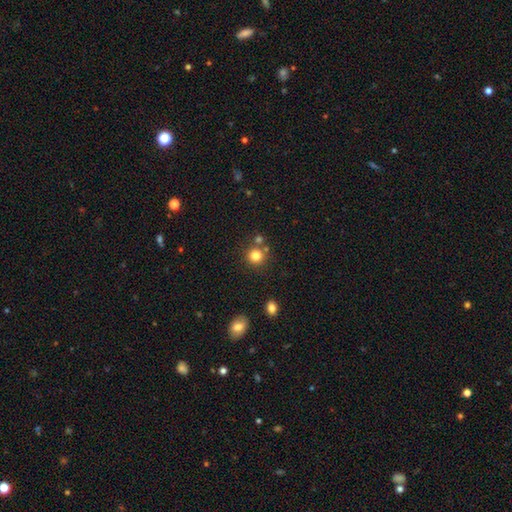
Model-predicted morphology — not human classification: smooth-or-featured: smooth: 81% | star or artifact: 13% | featured or disk: 6%
  how-rounded: round: 92% | in between: 7% | cigar-shaped: 1%
  merging: none: 77% | merger: 13% | minor disturbance: 8% | major disturbance: 3%